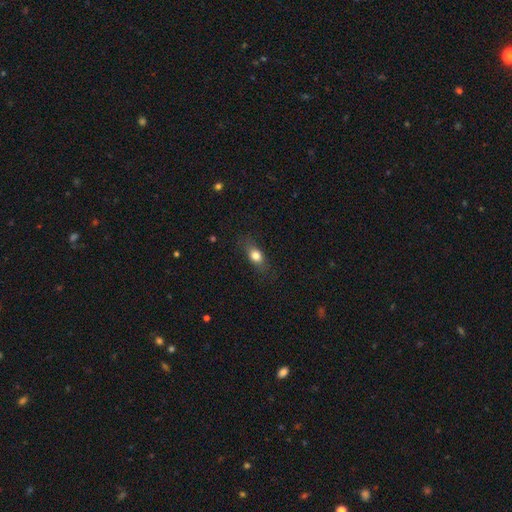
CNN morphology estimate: Smooth or featured? smooth (75%)
How rounded? in between (66%)
Merging? none (78%)